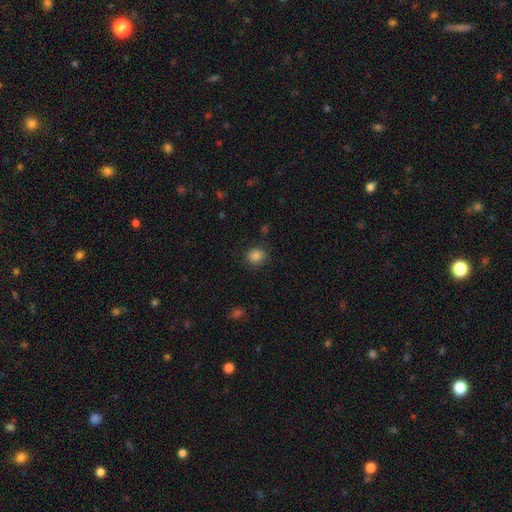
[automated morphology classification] A smooth galaxy with no disk features (85%) that is round (71%). Merging: none (86%).